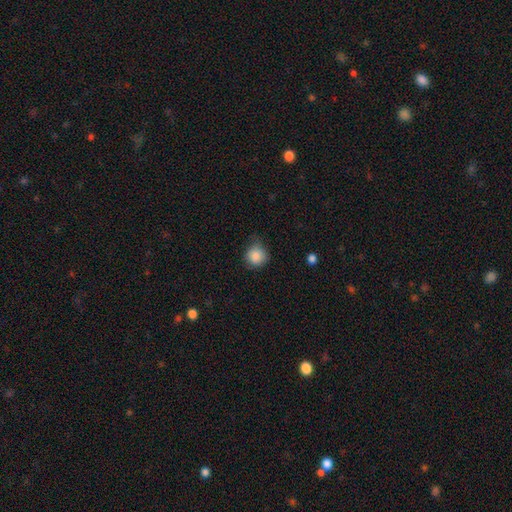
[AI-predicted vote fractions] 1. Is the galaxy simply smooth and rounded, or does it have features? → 87% smooth, 9% star or artifact, 4% featured or disk.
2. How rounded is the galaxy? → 90% round, 9% in between, 1% cigar-shaped.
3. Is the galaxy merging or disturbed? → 66% none, 28% minor disturbance, 5% major disturbance, 1% merger.